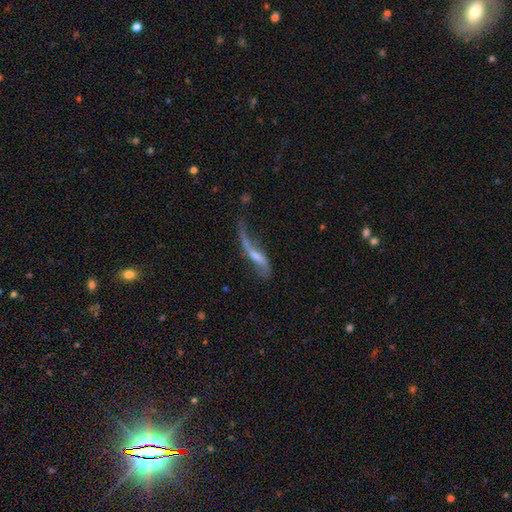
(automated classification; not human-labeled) Q: Smooth or featured?
A: featured or disk (70%); runner-up: smooth (22%)
Q: Edge-on disk?
A: no (72%); runner-up: yes (28%)
Q: Bar?
A: no (41%); runner-up: weak (35%)
Q: Spiral arms?
A: yes (78%); runner-up: no (22%)
Q: Bulge size?
A: small (41%); runner-up: none (28%)
Q: Merging?
A: major disturbance (38%); runner-up: none (31%)